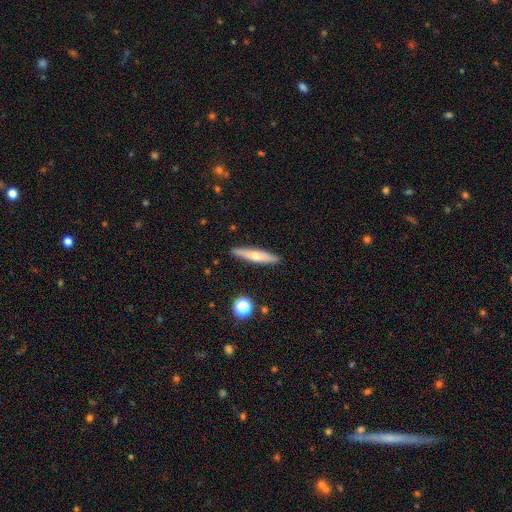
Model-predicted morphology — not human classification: Overall: smooth (50%; featured or disk 43%). How rounded: cigar-shaped (87%). Merging: none (89%).